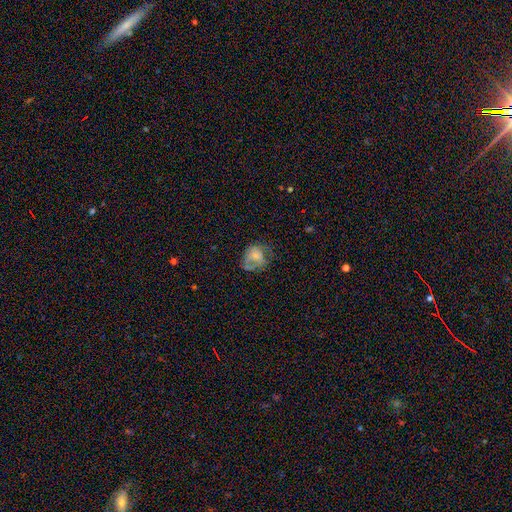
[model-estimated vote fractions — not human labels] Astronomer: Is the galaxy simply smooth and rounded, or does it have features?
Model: smooth — 48% (runner-up: featured or disk, 42%).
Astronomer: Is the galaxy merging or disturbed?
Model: none — 41% (runner-up: major disturbance, 30%).